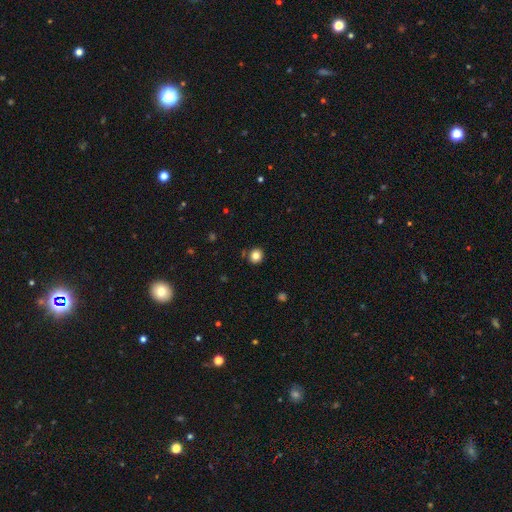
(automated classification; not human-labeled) This appears to be a smooth galaxy with no disk features (83%) that is round (88%). Merging: none (88%).